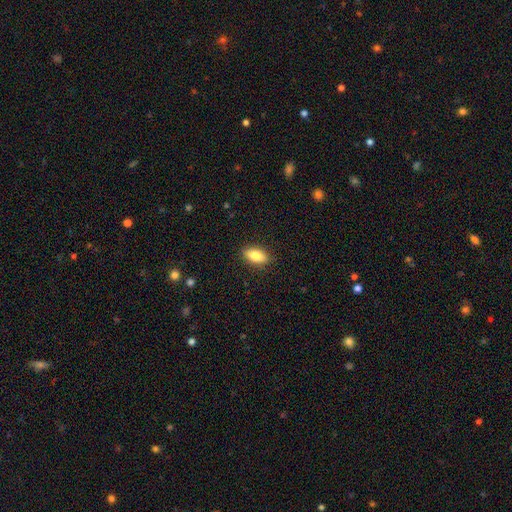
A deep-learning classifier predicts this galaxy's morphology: A smooth galaxy with no disk features (81%) that is in between round and cigar-shaped (87%). Merging: none (88%).